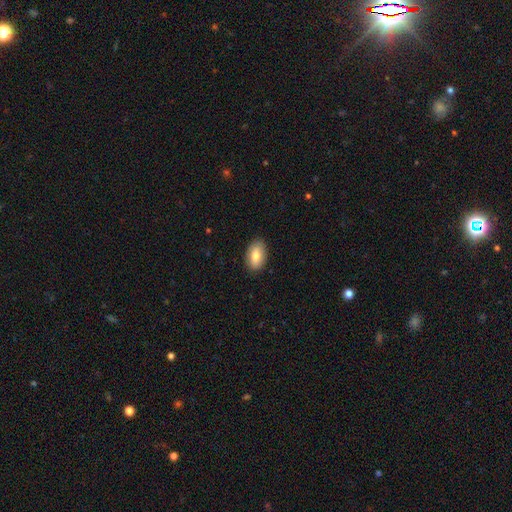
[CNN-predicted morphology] A smooth galaxy with no disk features (80%) that is in between round and cigar-shaped (92%). Merging: none (88%).